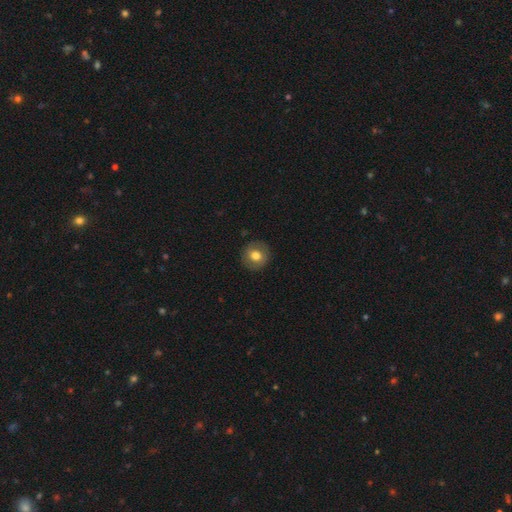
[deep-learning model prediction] This is likely a smooth galaxy (72%). How rounded: clearly round (91%). Merging: clearly none (89%).